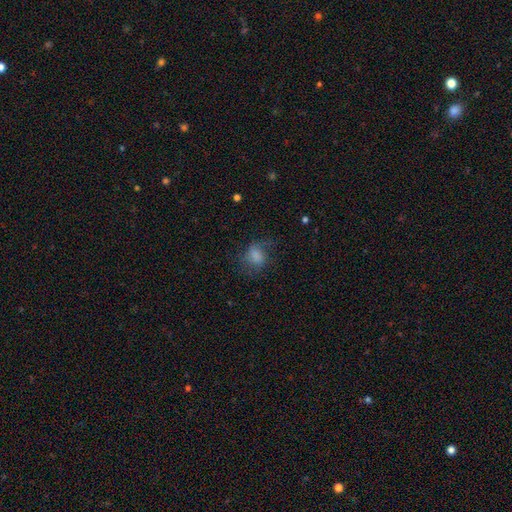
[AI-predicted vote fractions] A smooth galaxy with no disk features (69%) that is in between round and cigar-shaped (51%). Merging: none (50%).